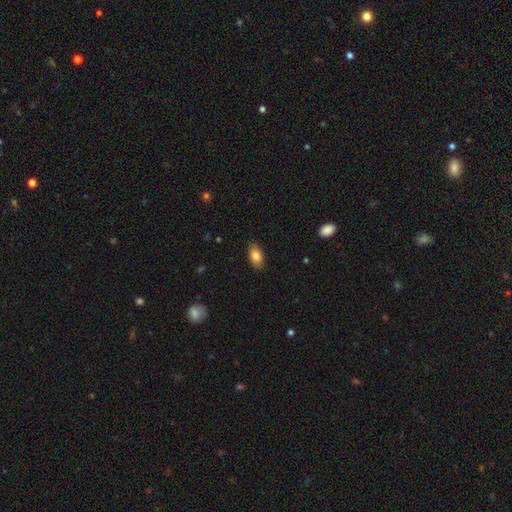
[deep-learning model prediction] This is clearly a smooth galaxy (84%). How rounded: clearly in between (92%). Merging: clearly none (87%).